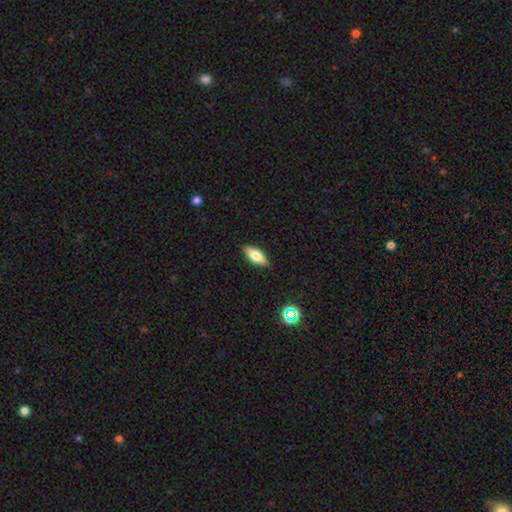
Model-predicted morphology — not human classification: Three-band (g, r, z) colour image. It shows a smooth galaxy with no disk features (62%) that is in between round and cigar-shaped (69%). Merging: none (88%).